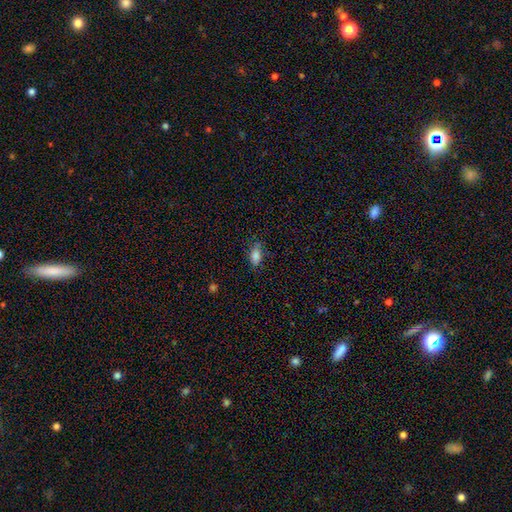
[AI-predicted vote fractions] A smooth galaxy with no disk features (81%) that is in between round and cigar-shaped (86%).

Vote fractions:
- Smooth or featured? smooth: 81% / star or artifact: 10% / featured or disk: 9%
- How rounded? in between: 86% / cigar-shaped: 9% / round: 5%
- Merging? none: 74% / minor disturbance: 20% / major disturbance: 5% / merger: 2%